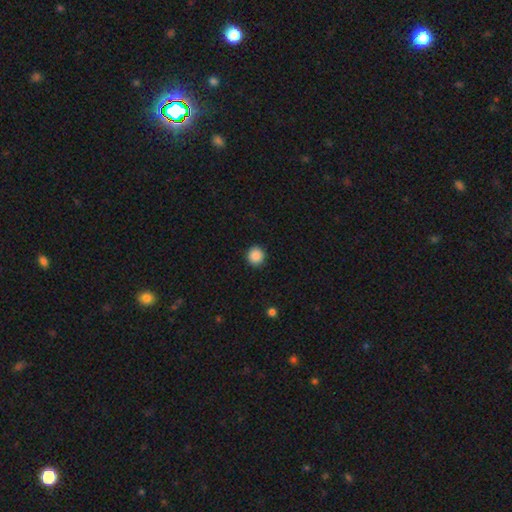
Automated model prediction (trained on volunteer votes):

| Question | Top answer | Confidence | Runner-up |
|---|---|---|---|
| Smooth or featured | smooth | 89% | star or artifact (9%) |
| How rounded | round | 94% | in between (5%) |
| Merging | none | 92% | minor disturbance (5%) |